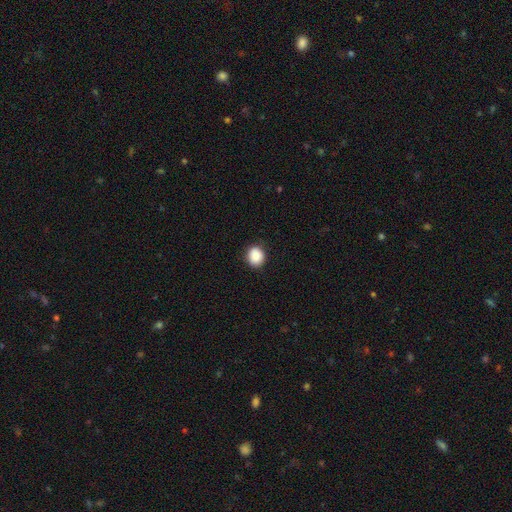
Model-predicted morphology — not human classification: This appears to be a smooth galaxy with no disk features (89%) that is round (69%). Merging: none (88%).